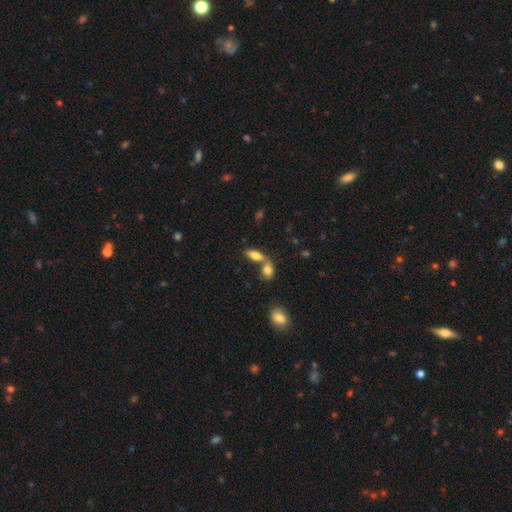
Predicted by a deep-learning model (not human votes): smooth-or-featured: smooth: 73% | featured or disk: 18% | star or artifact: 9%
  how-rounded: in between: 79% | cigar-shaped: 16% | round: 5%
  merging: merger: 53% | none: 35% | minor disturbance: 8% | major disturbance: 5%